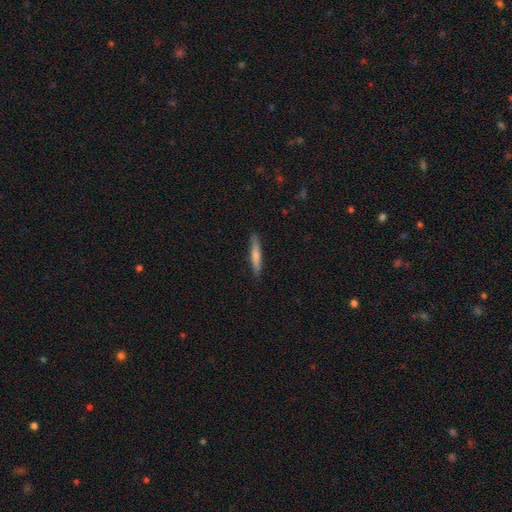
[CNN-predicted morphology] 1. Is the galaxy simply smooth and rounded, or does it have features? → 73% smooth, 22% featured or disk, 5% star or artifact.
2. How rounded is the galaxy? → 92% cigar-shaped, 7% in between, 1% round.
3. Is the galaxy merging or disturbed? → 88% none, 9% minor disturbance, 2% major disturbance, 1% merger.